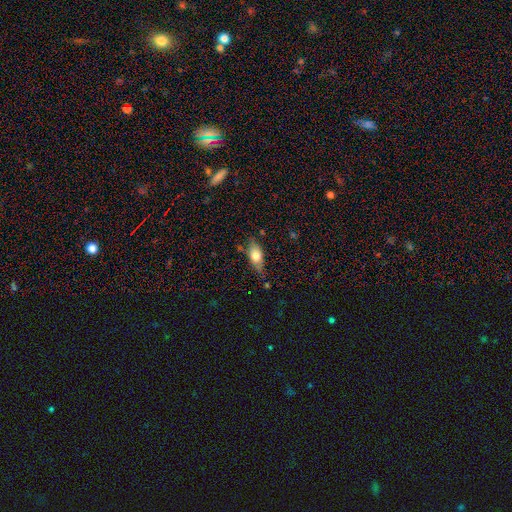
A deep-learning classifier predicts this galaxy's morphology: Smooth or featured?
  - smooth: 74% *
  - featured or disk: 19%
  - star or artifact: 7%
How rounded?
  - in between: 82% *
  - cigar-shaped: 13%
  - round: 6%
Merging?
  - none: 66% *
  - minor disturbance: 25%
  - major disturbance: 5%
  - merger: 4%